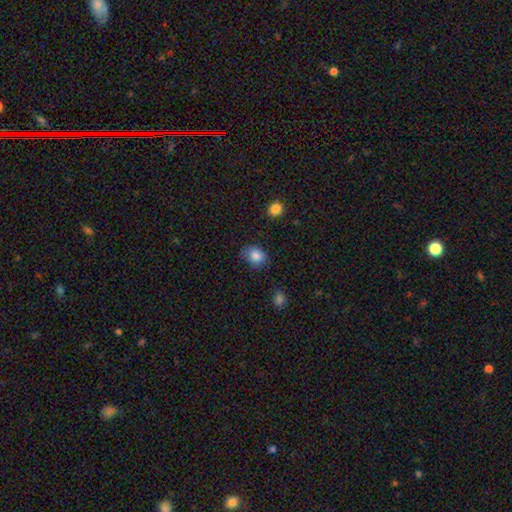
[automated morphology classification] Smooth or featured? Predicted: smooth (p=0.84). How rounded? Predicted: round (p=0.55). Merging? Predicted: none (p=0.71).